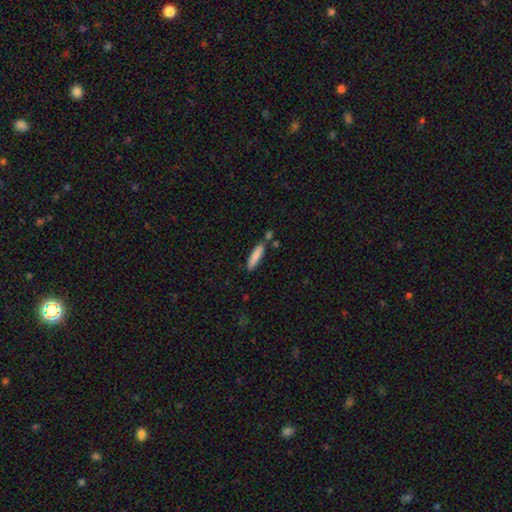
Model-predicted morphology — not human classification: Smooth or featured?
  - smooth: 84% *
  - featured or disk: 9%
  - star or artifact: 6%
How rounded?
  - cigar-shaped: 80% *
  - in between: 19%
  - round: 1%
Merging?
  - none: 75% *
  - minor disturbance: 13%
  - merger: 9%
  - major disturbance: 3%